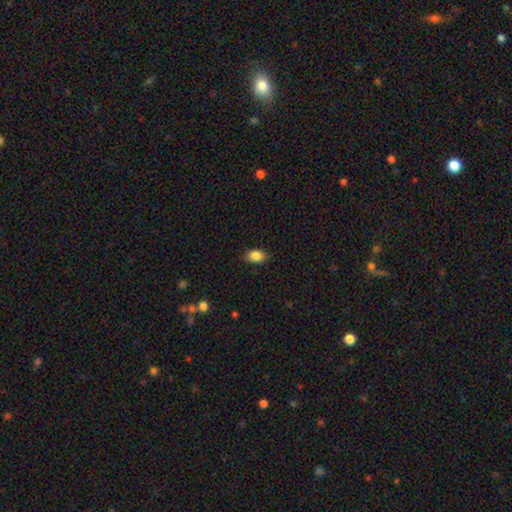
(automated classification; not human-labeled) Smooth or featured: smooth — 86% (star or artifact — 8%)
How rounded: in between — 84% (round — 14%)
Merging: none — 85% (minor disturbance — 12%)